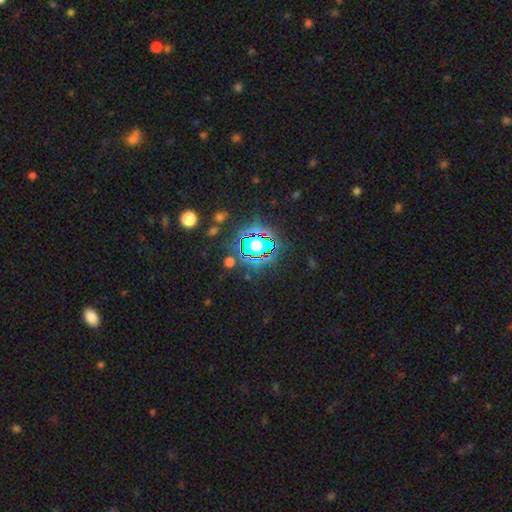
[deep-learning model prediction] A star or artifact, not a galaxy (79%).

Vote fractions:
- Smooth or featured? star or artifact: 79% / smooth: 13% / featured or disk: 8%